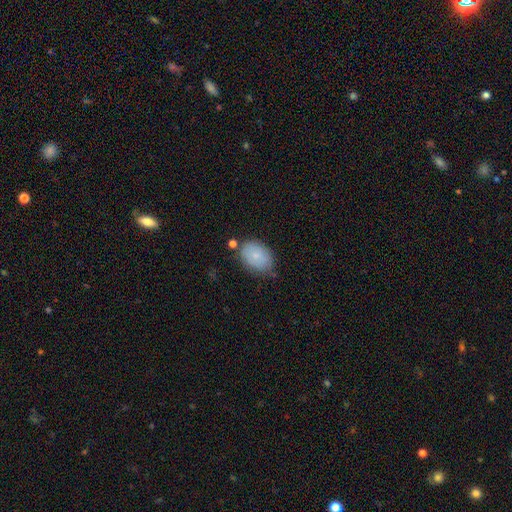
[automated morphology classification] smooth-or-featured: smooth: 80% | featured or disk: 13% | star or artifact: 7%
  how-rounded: in between: 84% | round: 15% | cigar-shaped: 1%
  merging: none: 68% | minor disturbance: 22% | merger: 5% | major disturbance: 5%